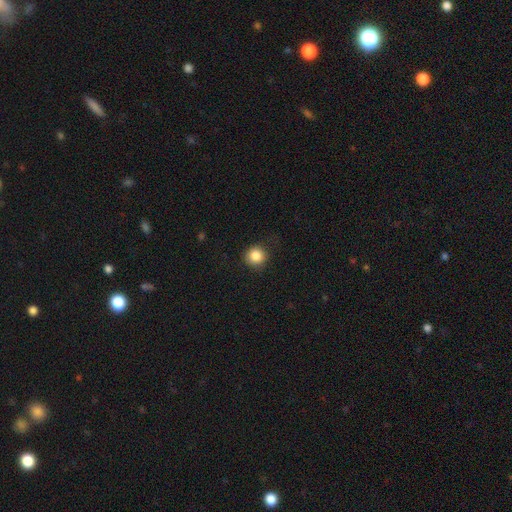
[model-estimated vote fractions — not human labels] This appears to be a smooth galaxy with no disk features (86%) that is round (91%). Merging: none (85%).